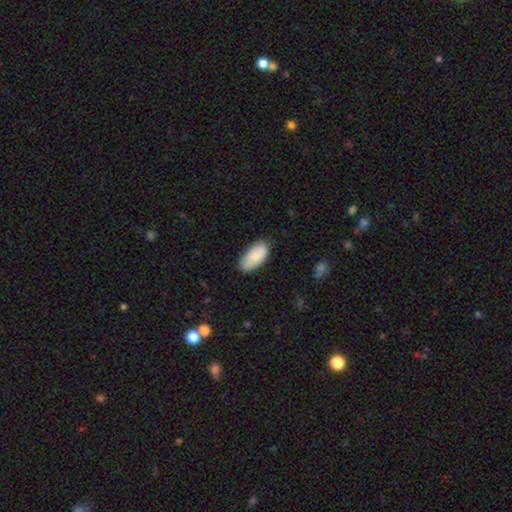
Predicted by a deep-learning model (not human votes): smooth_or_featured: smooth (p=0.83) [alt: featured or disk p=0.11]
how_rounded: in between (p=0.94) [alt: cigar-shaped p=0.04]
merging: none (p=0.75) [alt: minor disturbance p=0.20]